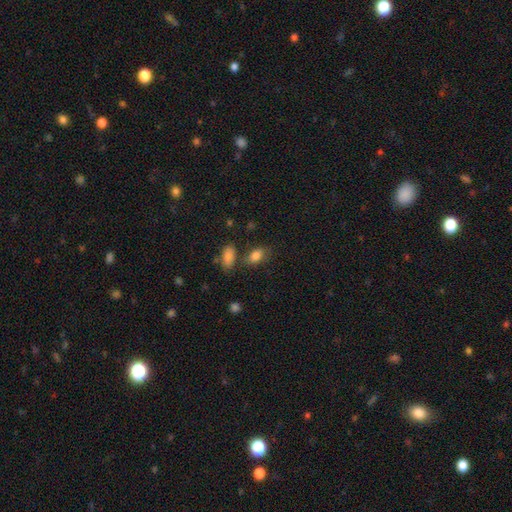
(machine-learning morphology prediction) smooth_or_featured: smooth (p=0.84) [alt: star or artifact p=0.08]
how_rounded: in between (p=0.89) [alt: round p=0.07]
merging: none (p=0.69) [alt: minor disturbance p=0.15]